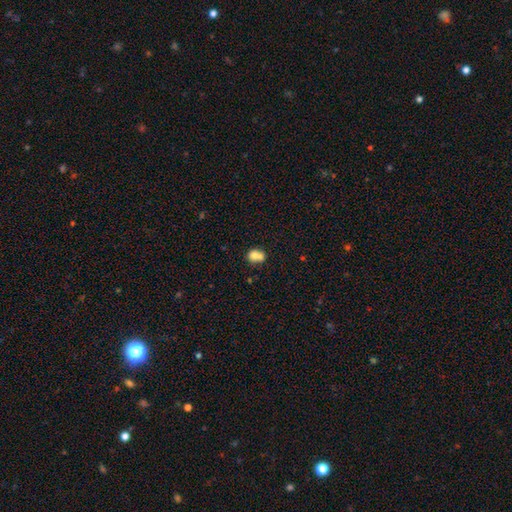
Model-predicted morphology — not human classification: This appears to be a smooth galaxy with no disk features (76%) that is in between round and cigar-shaped (51%). Merging: merger (47%).